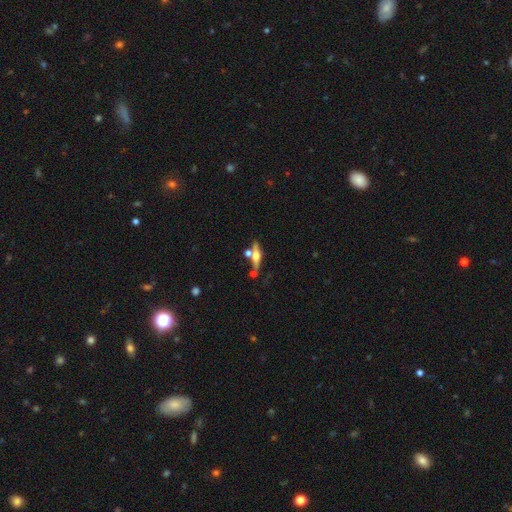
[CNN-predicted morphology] The model was most divided on "smooth or featured": featured or disk: 66%, smooth: 27%, star or artifact: 8%. More confident: edge-on bulge — rounded (92%); edge-on disk — yes (92%); merging — none (62%).